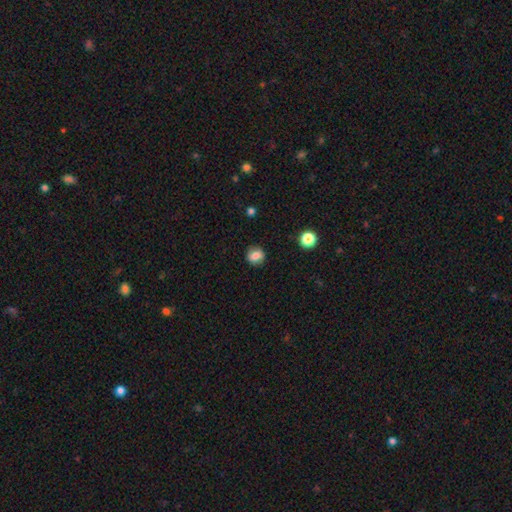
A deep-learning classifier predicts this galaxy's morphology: Smooth or featured? smooth (79%)
How rounded? round (79%)
Merging? none (88%)